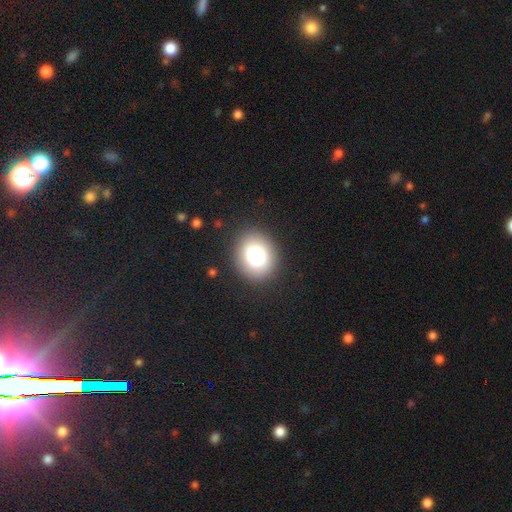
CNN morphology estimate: Smooth or featured? Predicted: smooth (p=0.82). How rounded? Predicted: round (p=0.68). Merging? Predicted: none (p=0.87).